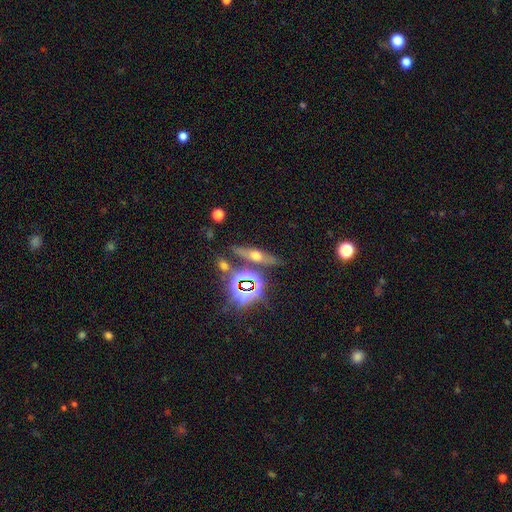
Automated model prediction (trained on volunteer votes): Smooth or featured? Predicted: featured or disk (p=0.40). Merging? Predicted: none (p=0.79).